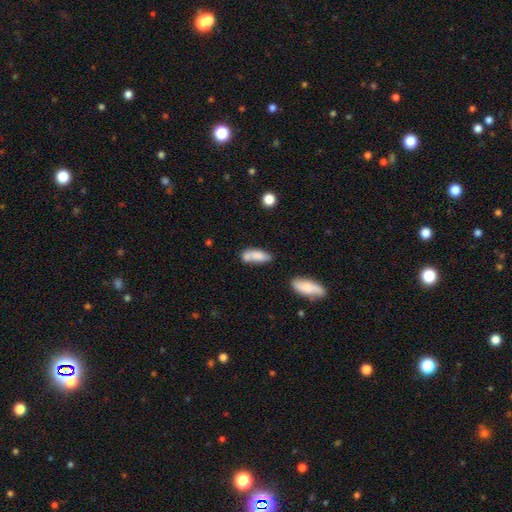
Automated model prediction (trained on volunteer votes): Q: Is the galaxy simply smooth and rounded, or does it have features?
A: smooth — 77%.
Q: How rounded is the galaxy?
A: in between — 71%.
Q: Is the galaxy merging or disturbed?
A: none — 42%.